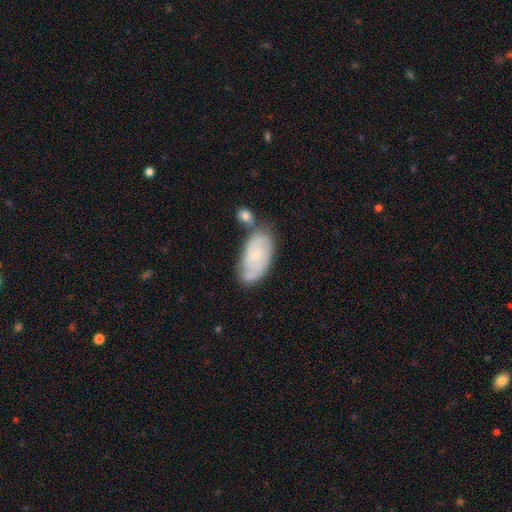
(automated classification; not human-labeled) Overall: featured or disk (61%; smooth 33%). Edge-on disk: no (95%). Bar: no (66%; weak 30%). Spiral arms: yes (89%). Spiral arm count: 2 (57%; can't tell 26%). Spiral winding: tight (50%; medium 37%). Bulge size: small (70%). Merging: none (55%; minor disturbance 21%).